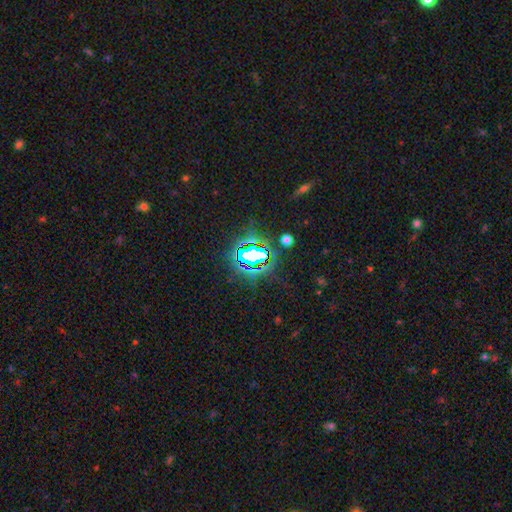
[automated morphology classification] A star or artifact, not a galaxy (73%).

Vote fractions:
- Smooth or featured? star or artifact: 73% / smooth: 15% / featured or disk: 12%